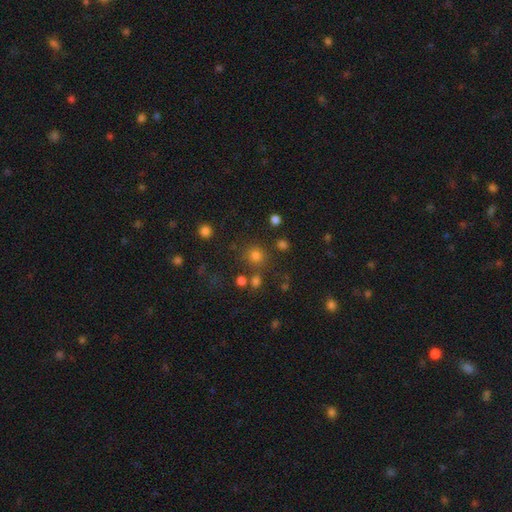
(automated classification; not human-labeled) This appears to be a smooth galaxy with no disk features (72%) that is round (90%). Merging: none (78%).